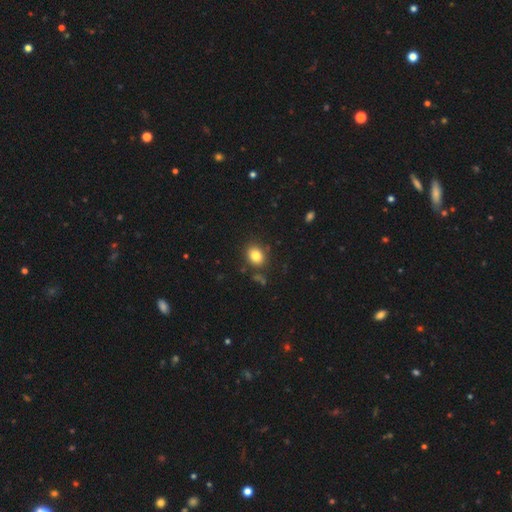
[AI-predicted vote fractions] A smooth galaxy with no disk features (83%) that is in between round and cigar-shaped (56%).

Vote fractions:
- Smooth or featured? smooth: 83% / star or artifact: 10% / featured or disk: 7%
- How rounded? in between: 56% / round: 43% / cigar-shaped: 1%
- Merging? none: 81% / minor disturbance: 12% / merger: 4% / major disturbance: 3%